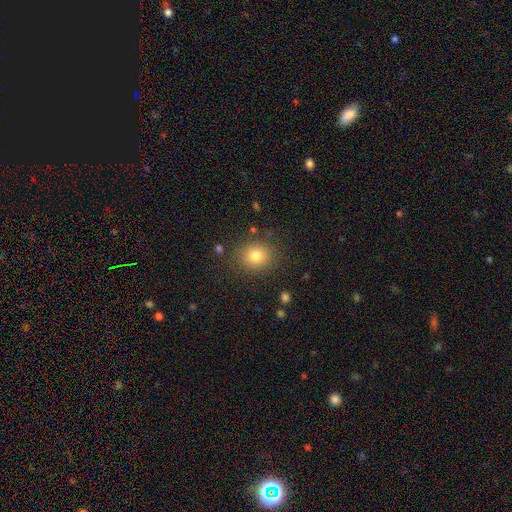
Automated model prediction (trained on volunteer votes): Smooth or featured: smooth — 80% (star or artifact — 12%)
How rounded: round — 78% (in between — 21%)
Merging: none — 85% (minor disturbance — 10%)